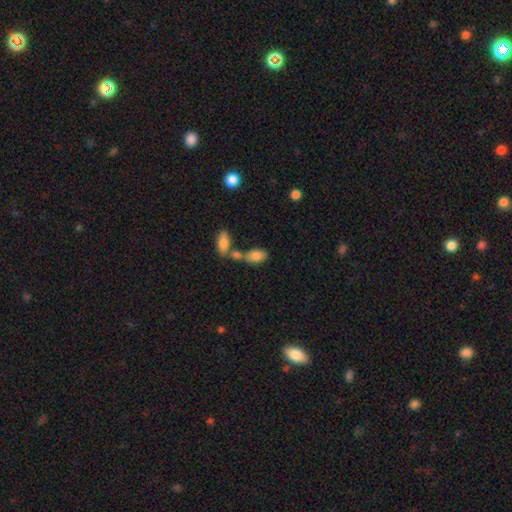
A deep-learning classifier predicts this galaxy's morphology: Smooth or featured: smooth — 79% (featured or disk — 13%)
How rounded: in between — 90% (round — 5%)
Merging: none — 43% (merger — 40%)